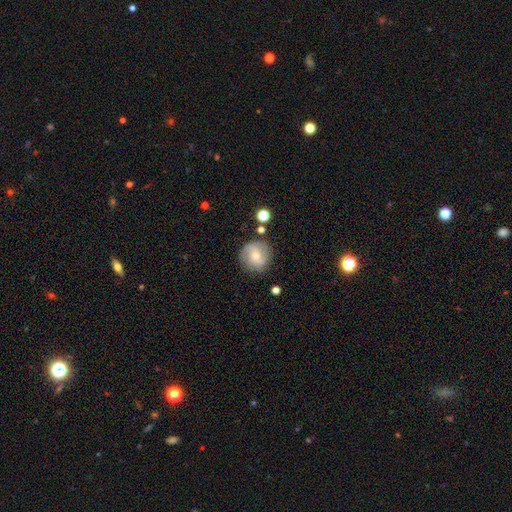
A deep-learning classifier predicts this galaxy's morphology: smooth-or-featured: featured or disk: 55% | smooth: 36% | star or artifact: 9%
  disk-edge-on: no: 97% | yes: 3%
    bar: no: 57% | weak: 35% | strong: 8%
    has-spiral-arms: yes: 85% | no: 15%
    bulge-size: small: 48% (tied) | moderate: 48% (tied) | large: 2% | none: 1% | dominant: 1%
  merging: none: 80% | minor disturbance: 13% | major disturbance: 4% | merger: 3%